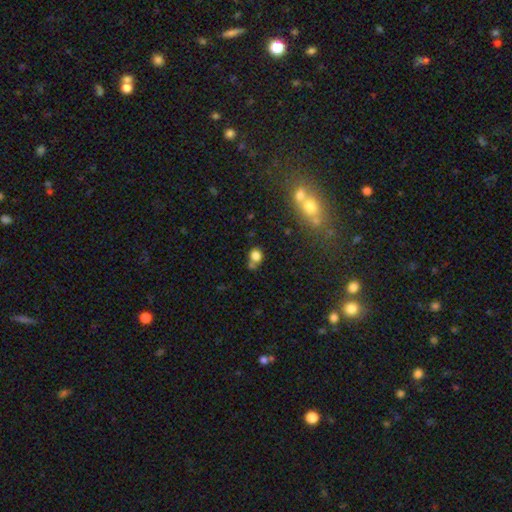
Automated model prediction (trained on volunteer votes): smooth_or_featured: smooth (p=0.78) [alt: star or artifact p=0.14]
how_rounded: round (p=0.72) [alt: in between p=0.27]
merging: none (p=0.51) [alt: merger p=0.29]